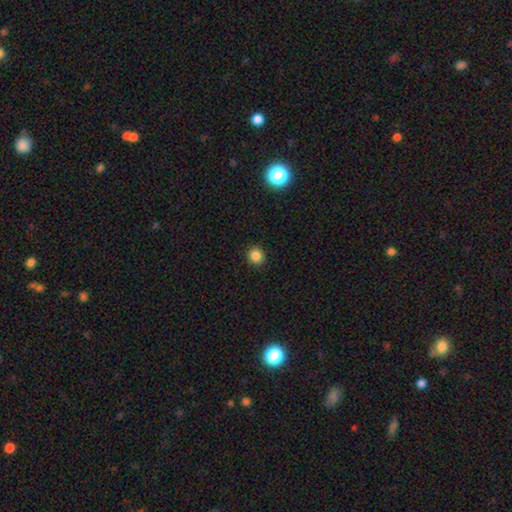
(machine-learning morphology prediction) Smooth or featured? smooth (84%)
How rounded? round (87%)
Merging? none (91%)